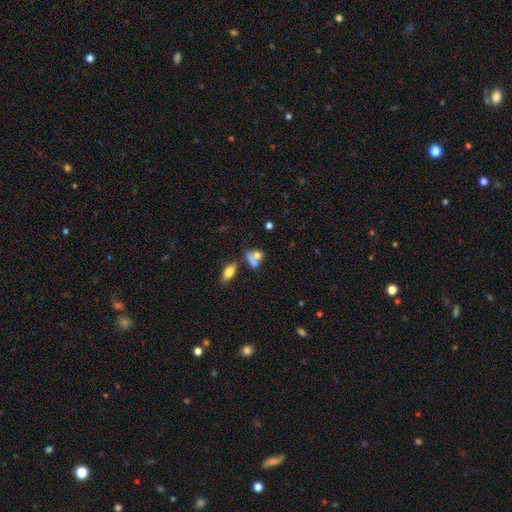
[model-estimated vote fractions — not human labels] Smooth or featured?
  - smooth: 67% *
  - featured or disk: 20%
  - star or artifact: 12%
How rounded?
  - in between: 60% *
  - round: 35%
  - cigar-shaped: 5%
Merging?
  - merger: 50% *
  - none: 32%
  - minor disturbance: 11%
  - major disturbance: 7%